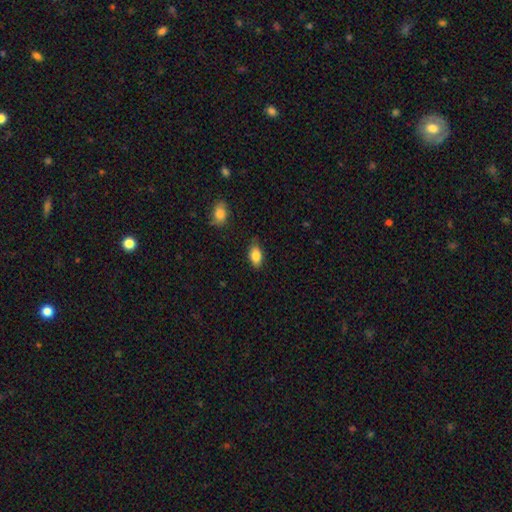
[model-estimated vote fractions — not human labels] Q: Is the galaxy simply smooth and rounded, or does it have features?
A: smooth — 85%.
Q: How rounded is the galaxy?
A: in between — 90%.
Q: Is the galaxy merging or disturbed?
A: none — 78%.